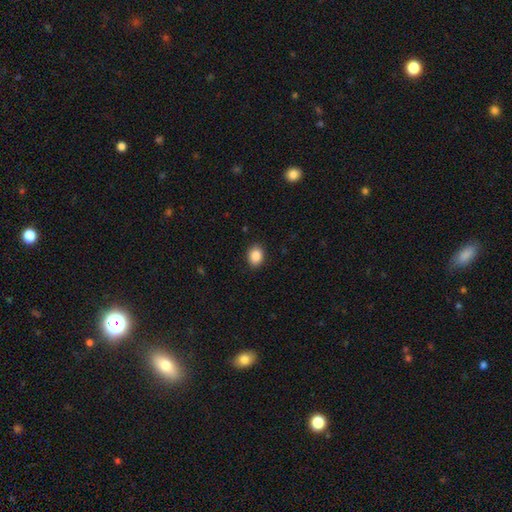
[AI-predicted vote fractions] This is clearly a smooth galaxy (88%). How rounded: possibly in between (60%). Merging: clearly none (89%).